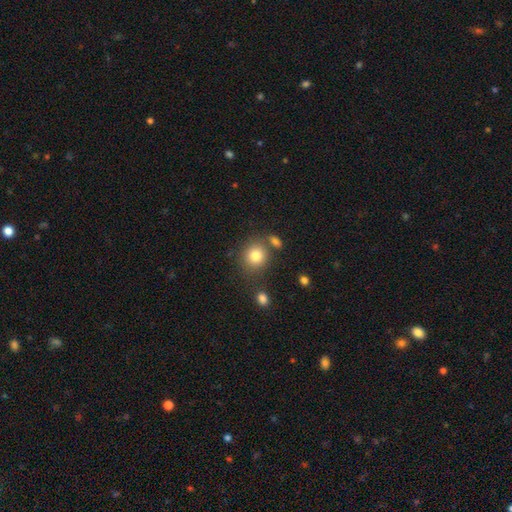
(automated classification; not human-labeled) smooth 80%, star or artifact 11%, featured or disk 9%. Down the decision tree: how rounded — round (84%); merging — none (72%).